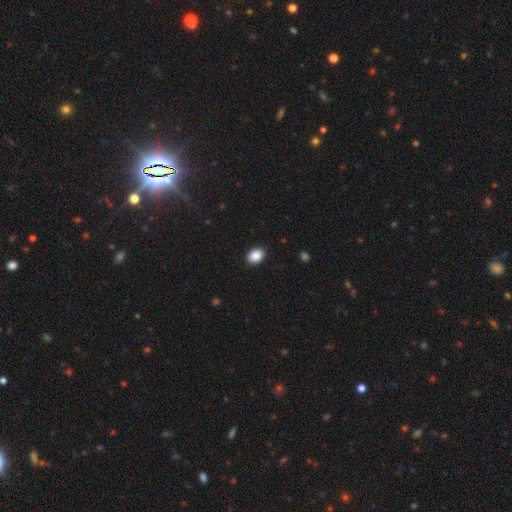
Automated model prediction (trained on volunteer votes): Morphology: type=smooth (89%); roundness=in between (66%); merging=none (90%).